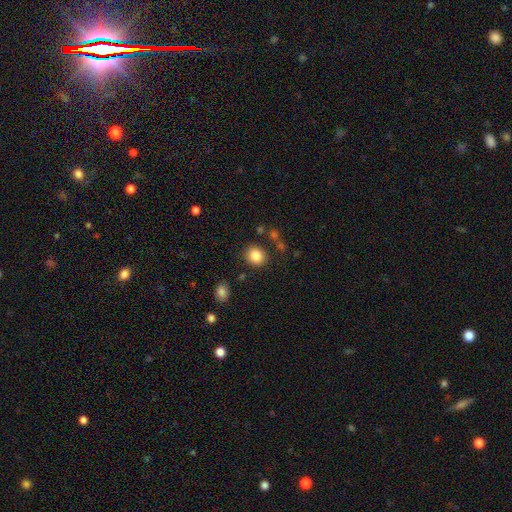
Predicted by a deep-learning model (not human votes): Q: Smooth or featured?
A: smooth (85%); runner-up: star or artifact (10%)
Q: How rounded?
A: round (78%); runner-up: in between (22%)
Q: Merging?
A: none (83%); runner-up: minor disturbance (9%)